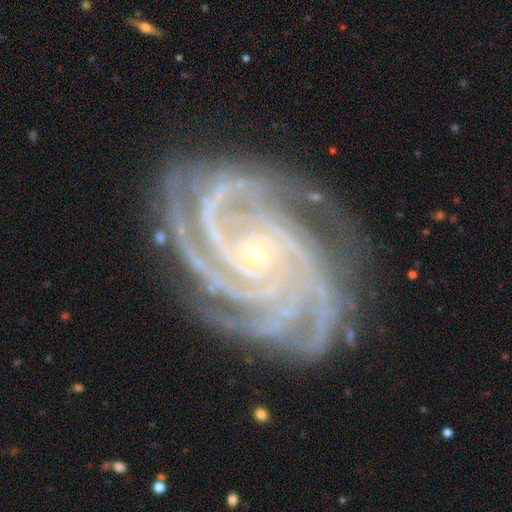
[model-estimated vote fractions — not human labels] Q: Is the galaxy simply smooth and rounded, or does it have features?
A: featured or disk — 93%.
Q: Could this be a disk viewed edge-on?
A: no — 98%.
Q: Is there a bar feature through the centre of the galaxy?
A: no — 71%.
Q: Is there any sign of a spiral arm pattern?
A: yes — 99%.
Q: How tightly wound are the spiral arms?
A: tight — 76%.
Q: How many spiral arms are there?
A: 4 — 34%.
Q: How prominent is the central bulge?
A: small — 87%.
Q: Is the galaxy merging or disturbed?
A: none — 79%.